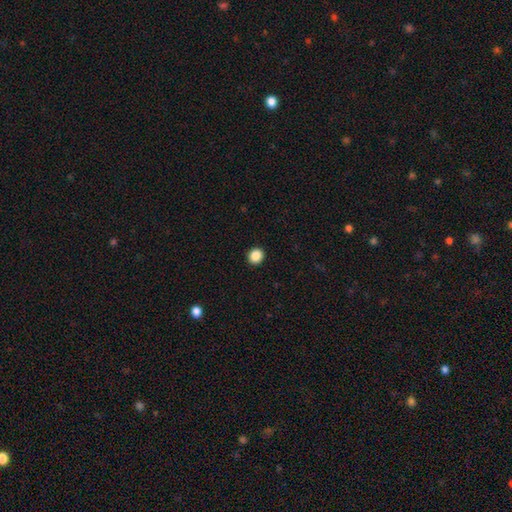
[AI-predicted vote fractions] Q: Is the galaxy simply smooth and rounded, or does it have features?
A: smooth — 88%.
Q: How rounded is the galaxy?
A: round — 81%.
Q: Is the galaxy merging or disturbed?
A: none — 93%.